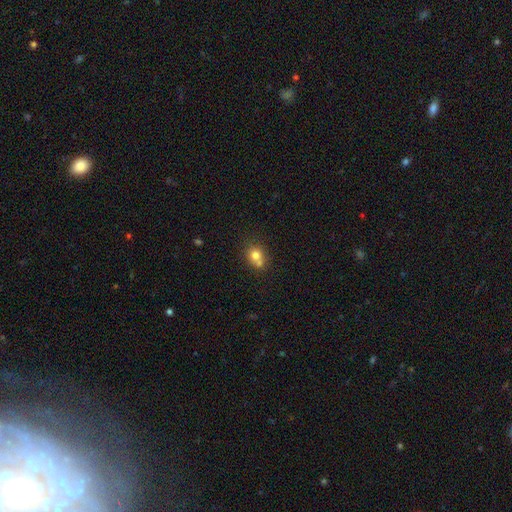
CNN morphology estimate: Smooth or featured? Predicted: smooth (p=0.75). How rounded? Predicted: round (p=0.74). Merging? Predicted: none (p=0.45).